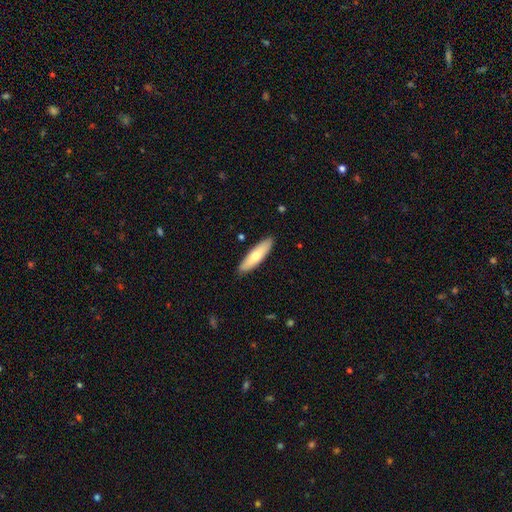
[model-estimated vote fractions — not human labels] Smooth or featured: smooth — 68% (featured or disk — 27%)
How rounded: cigar-shaped — 66% (in between — 33%)
Merging: none — 89% (minor disturbance — 8%)